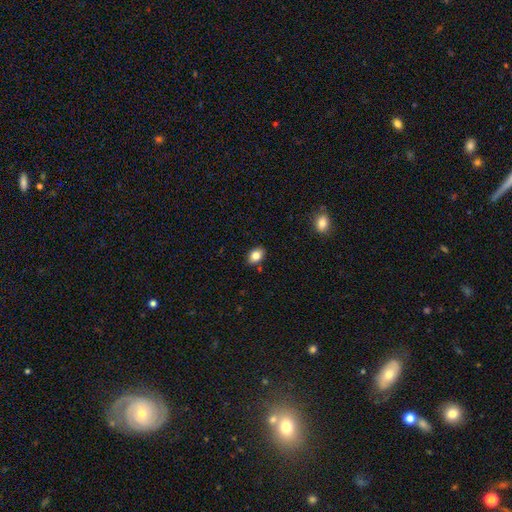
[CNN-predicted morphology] This appears to be a smooth galaxy with no disk features (82%) that is in between round and cigar-shaped (80%). Merging: none (85%).